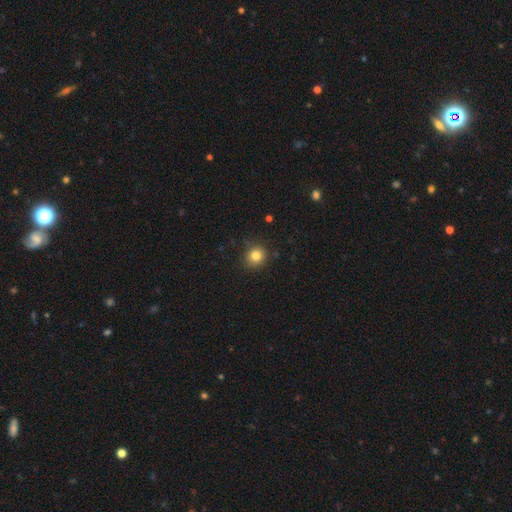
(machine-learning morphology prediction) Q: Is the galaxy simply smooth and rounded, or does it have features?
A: smooth — 82%.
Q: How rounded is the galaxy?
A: round — 87%.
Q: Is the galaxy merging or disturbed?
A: none — 86%.